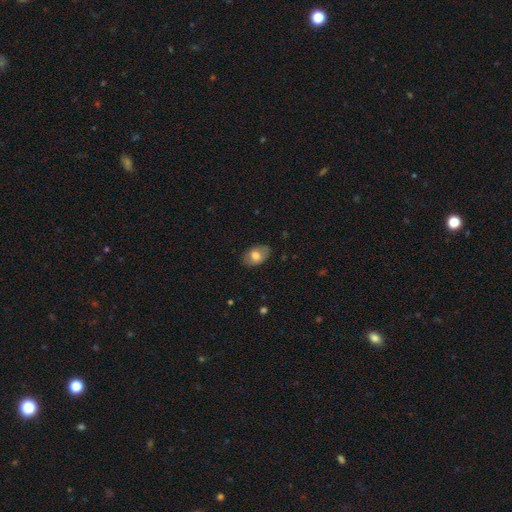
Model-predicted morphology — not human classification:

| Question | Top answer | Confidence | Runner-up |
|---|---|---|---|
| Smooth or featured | smooth | 69% | featured or disk (24%) |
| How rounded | in between | 87% | round (12%) |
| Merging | none | 79% | minor disturbance (16%) |